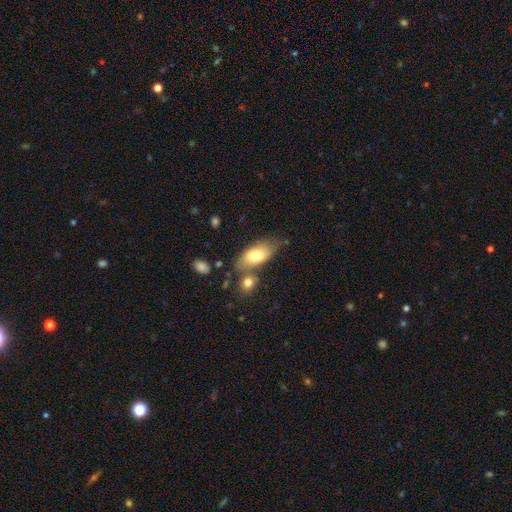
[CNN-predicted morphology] The model was most divided on "merging": none: 57%, merger: 20%, minor disturbance: 18%, major disturbance: 6%. More confident: how rounded — in between (89%); smooth or featured — smooth (74%).